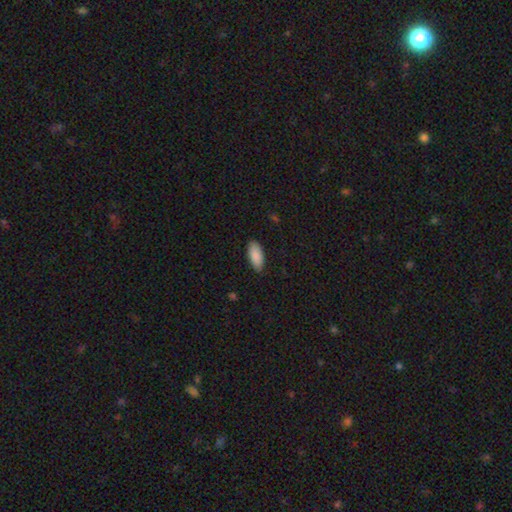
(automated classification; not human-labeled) Morphology: type=smooth (90%); roundness=in between (88%); merging=none (85%).